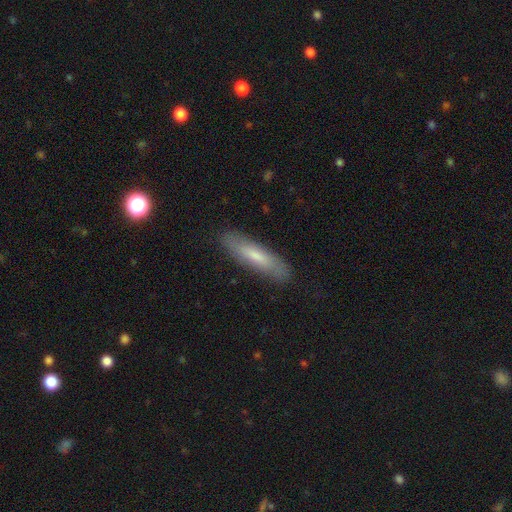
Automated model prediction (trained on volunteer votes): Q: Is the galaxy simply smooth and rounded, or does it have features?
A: smooth — 62%.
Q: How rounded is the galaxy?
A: cigar-shaped — 75%.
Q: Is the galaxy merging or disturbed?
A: none — 86%.